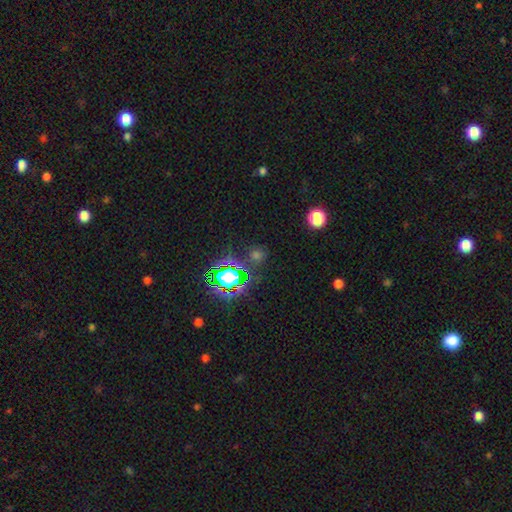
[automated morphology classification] smooth-or-featured: star or artifact: 52% | smooth: 40% | featured or disk: 8%